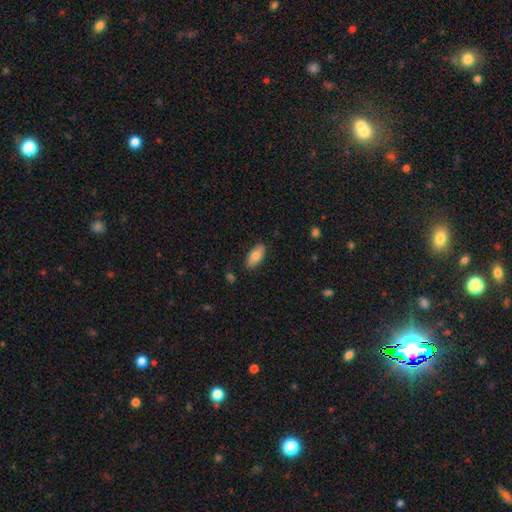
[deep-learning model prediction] A smooth galaxy with no disk features (78%) that is in between round and cigar-shaped (92%).

Vote fractions:
- Smooth or featured? smooth: 78% / featured or disk: 16% / star or artifact: 6%
- How rounded? in between: 92% / cigar-shaped: 5% / round: 3%
- Merging? none: 87% / minor disturbance: 10% / major disturbance: 2% / merger: 1%